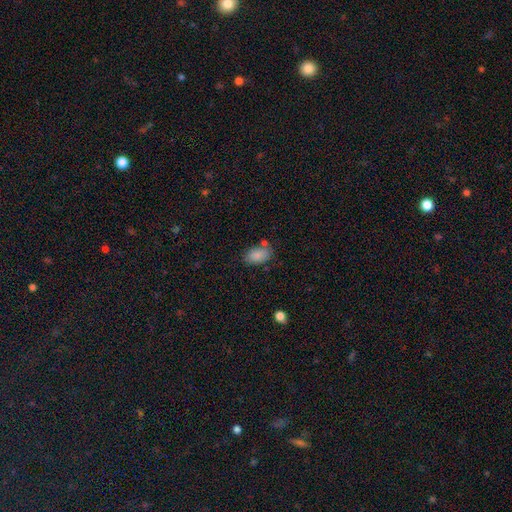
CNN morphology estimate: Smooth or featured? smooth (86%)
How rounded? in between (90%)
Merging? none (70%)